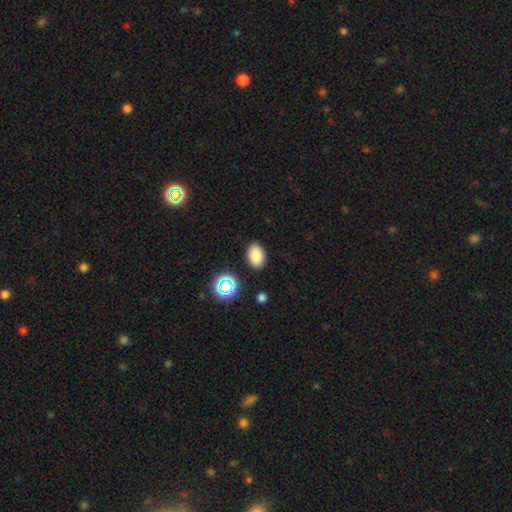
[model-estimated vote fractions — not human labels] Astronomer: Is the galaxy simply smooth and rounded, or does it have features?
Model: smooth — 82%.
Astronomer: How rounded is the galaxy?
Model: in between — 85%.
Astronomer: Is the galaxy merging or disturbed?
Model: none — 87%.